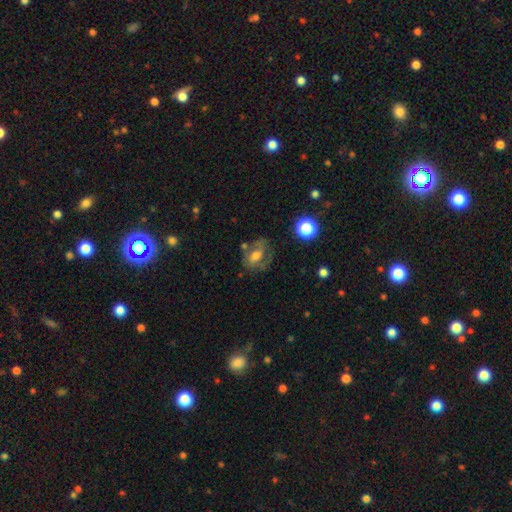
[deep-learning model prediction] The model was most divided on "smooth or featured": featured or disk: 51%, smooth: 38%, star or artifact: 11%. More confident: edge-on disk — no (95%); merging — none (57%).